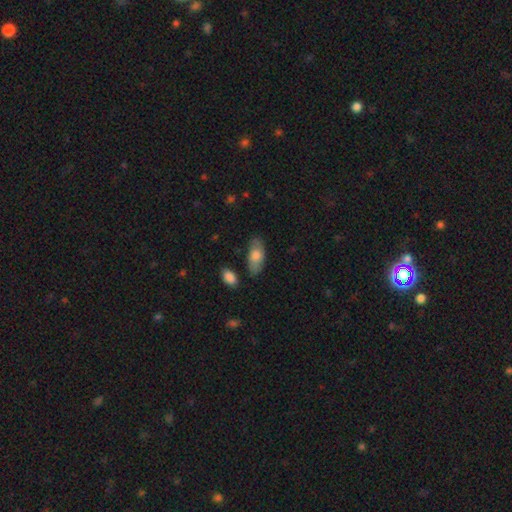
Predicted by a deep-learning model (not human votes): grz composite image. It shows a smooth galaxy with no disk features (73%) that is in between round and cigar-shaped (89%). Merging: none (75%).